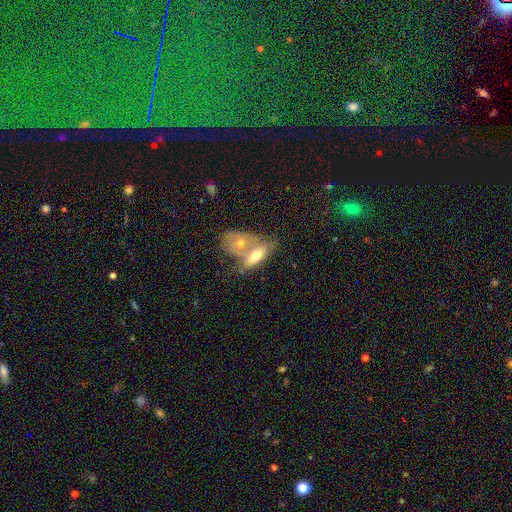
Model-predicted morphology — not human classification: A smooth galaxy with no disk features (58%) that is in between round and cigar-shaped (77%). Merging: merger (65%).